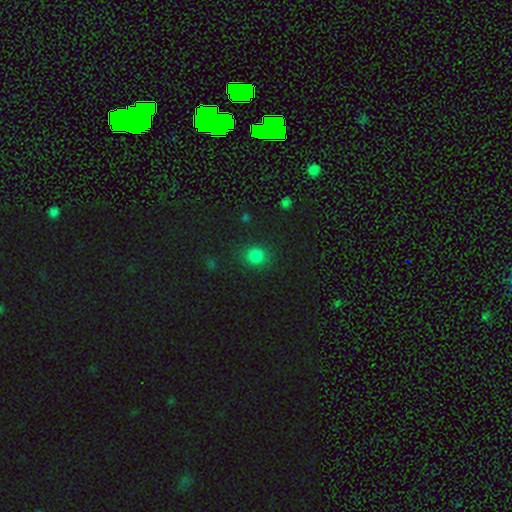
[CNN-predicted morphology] This appears to be a smooth galaxy with no disk features (83%) that is round (82%). Merging: none (85%).